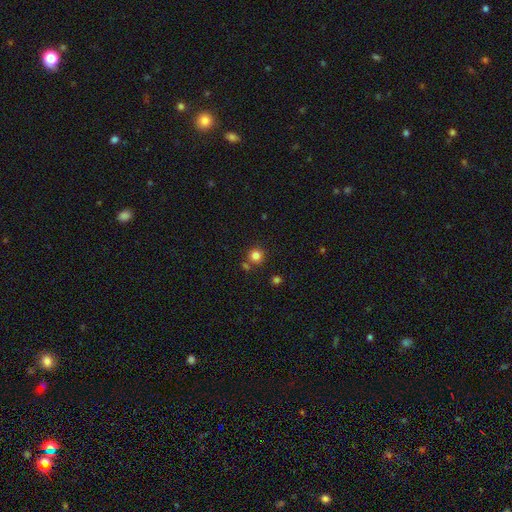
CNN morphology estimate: This appears to be a smooth galaxy with no disk features (82%) that is round (94%). Merging: none (79%).